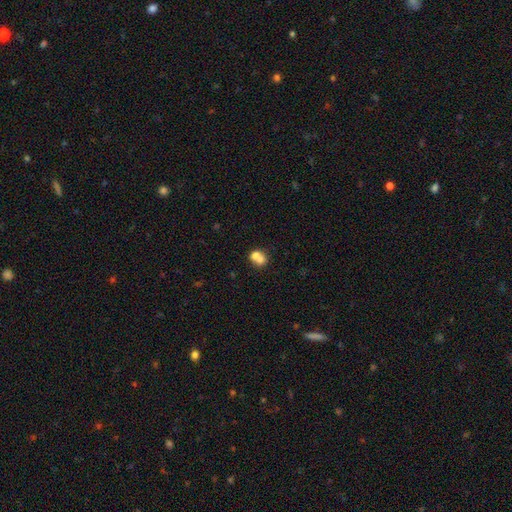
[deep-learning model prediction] Smooth or featured? Predicted: smooth (p=0.68). How rounded? Predicted: round (p=0.68). Merging? Predicted: merger (p=0.65).